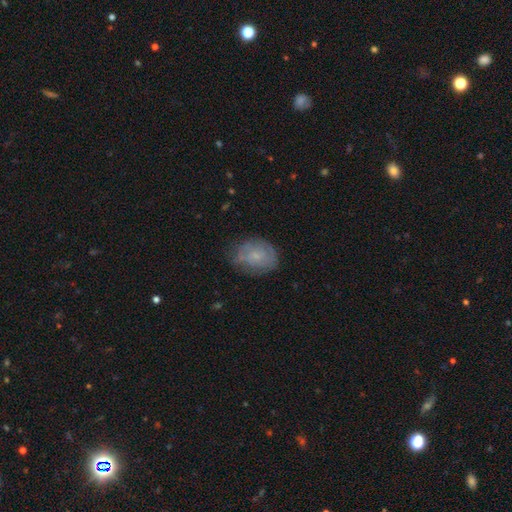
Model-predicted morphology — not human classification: Smooth or featured? Predicted: smooth (p=0.55). How rounded? Predicted: in between (p=0.64). Merging? Predicted: none (p=0.63).